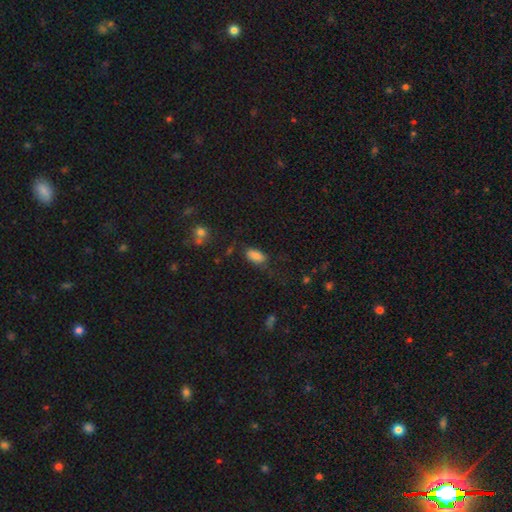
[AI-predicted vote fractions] smooth_or_featured: smooth (p=0.80) [alt: featured or disk p=0.10]
how_rounded: in between (p=0.90) [alt: cigar-shaped p=0.05]
merging: none (p=0.64) [alt: minor disturbance p=0.23]